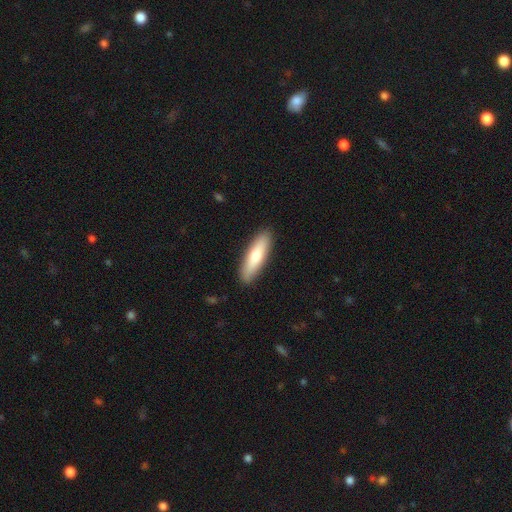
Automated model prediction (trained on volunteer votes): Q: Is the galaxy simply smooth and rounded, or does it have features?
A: smooth — 70%.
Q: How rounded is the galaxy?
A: cigar-shaped — 64%.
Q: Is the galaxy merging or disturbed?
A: none — 90%.